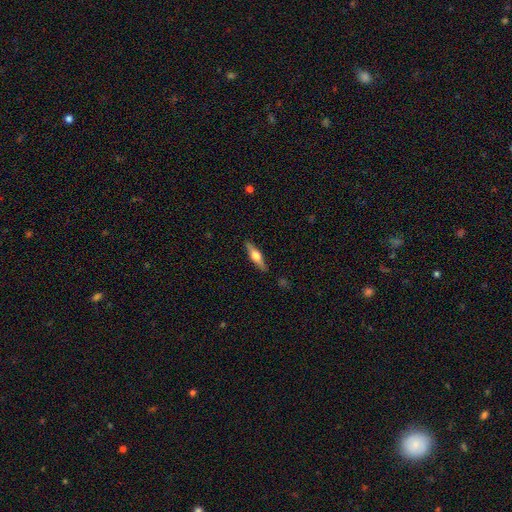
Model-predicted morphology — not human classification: This is likely a featured or disk galaxy (62%). It is clearly viewed edge-on (96%). Edge-on bulge: clearly rounded (94%). Merging: clearly none (89%).